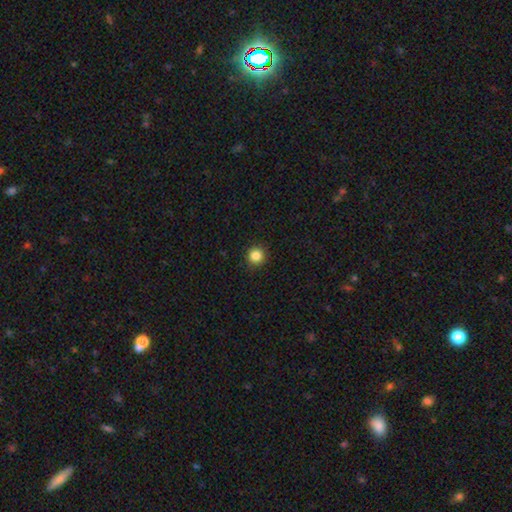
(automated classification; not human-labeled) Smooth or featured?
  - smooth: 85% *
  - star or artifact: 11%
  - featured or disk: 3%
How rounded?
  - round: 95% *
  - in between: 4%
  - cigar-shaped: 1%
Merging?
  - none: 92% *
  - minor disturbance: 5%
  - major disturbance: 2%
  - merger: 1%